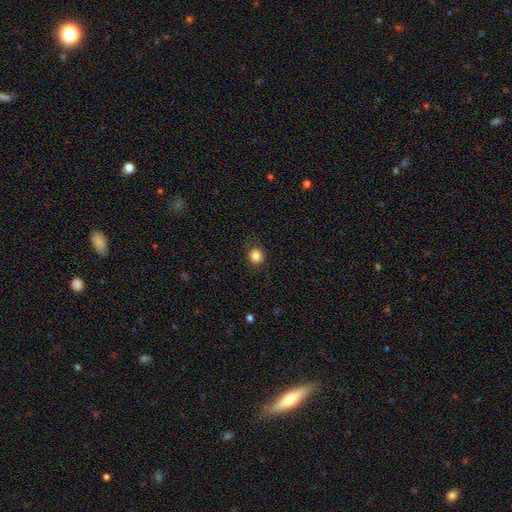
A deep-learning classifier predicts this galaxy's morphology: A smooth galaxy with no disk features (85%) that is round (91%). Merging: none (90%).